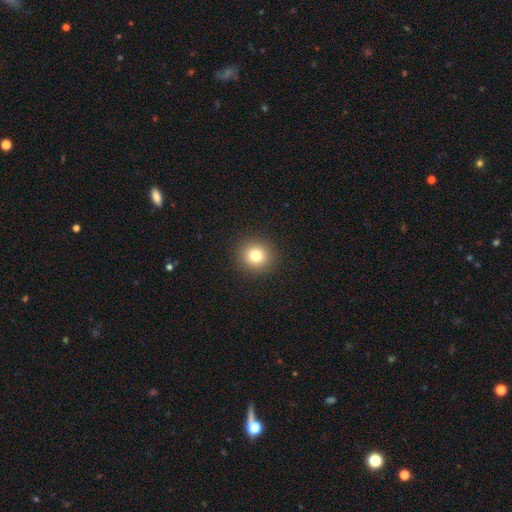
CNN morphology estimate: Smooth or featured?
  - smooth: 80% *
  - star or artifact: 12%
  - featured or disk: 8%
How rounded?
  - round: 92% *
  - in between: 8%
  - cigar-shaped: 1%
Merging?
  - none: 92% *
  - minor disturbance: 5%
  - major disturbance: 2%
  - merger: 1%